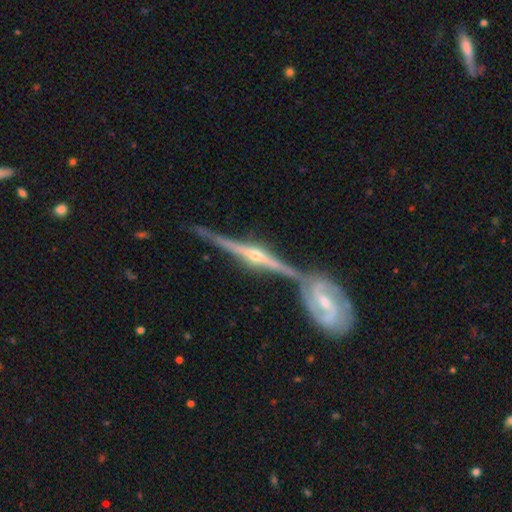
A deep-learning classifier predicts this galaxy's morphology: smooth-or-featured: featured or disk: 90% | smooth: 5% | star or artifact: 5%
  disk-edge-on: yes: 95% | no: 5%
    edge-on-bulge: rounded: 90% | boxy: 5% | none: 5%
  merging: none: 59% | merger: 26% | minor disturbance: 11% | major disturbance: 4%